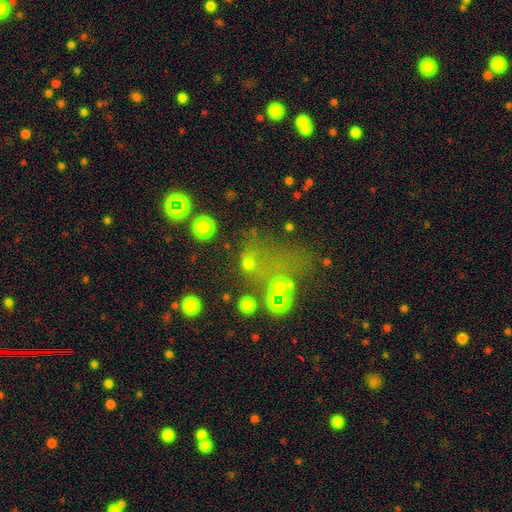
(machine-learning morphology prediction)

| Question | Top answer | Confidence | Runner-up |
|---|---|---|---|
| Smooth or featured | smooth | 44% | star or artifact (40%) |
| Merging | none | 45% | merger (23%) |